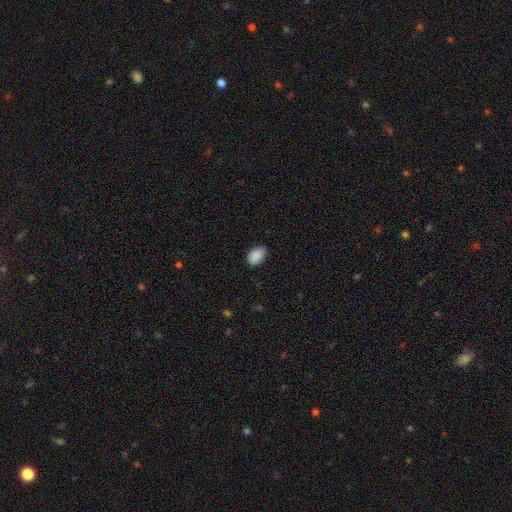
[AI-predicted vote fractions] smooth_or_featured: smooth (p=0.89) [alt: star or artifact p=0.07]
how_rounded: in between (p=0.89) [alt: round p=0.10]
merging: none (p=0.77) [alt: minor disturbance p=0.19]